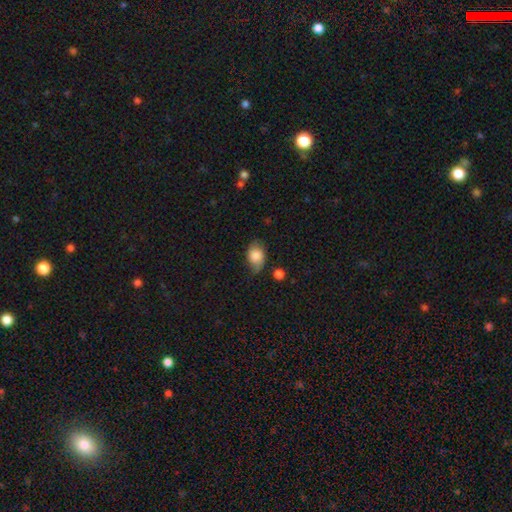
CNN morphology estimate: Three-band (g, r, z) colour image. It shows a smooth galaxy with no disk features (75%) that is in between round and cigar-shaped (73%). Merging: none (55%).